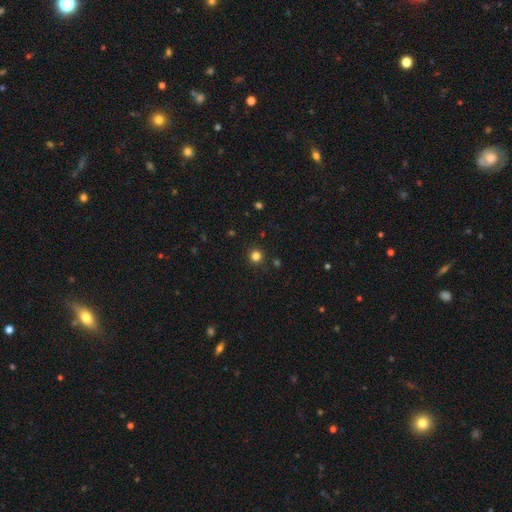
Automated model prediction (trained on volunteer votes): The model was most divided on "smooth or featured": smooth: 81%, star or artifact: 15%, featured or disk: 4%. More confident: how rounded — round (95%); merging — none (92%).